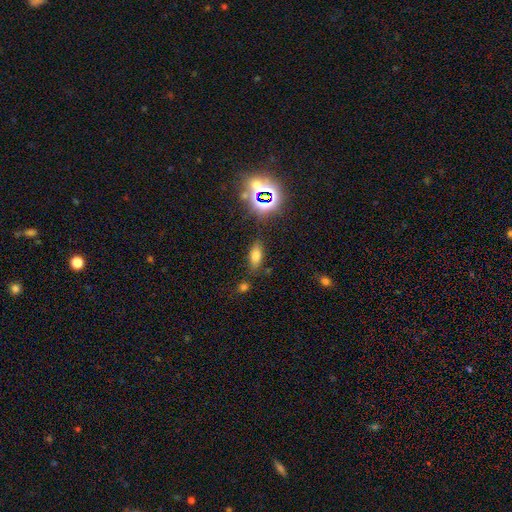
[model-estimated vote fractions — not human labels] A smooth galaxy with no disk features (67%) that is in between round and cigar-shaped (78%). Merging: none (78%).